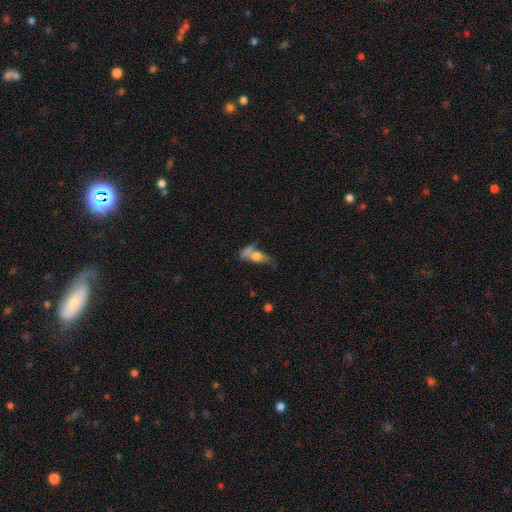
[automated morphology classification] type=smooth (60%); roundness=in between (64%); merging=merger (41%).